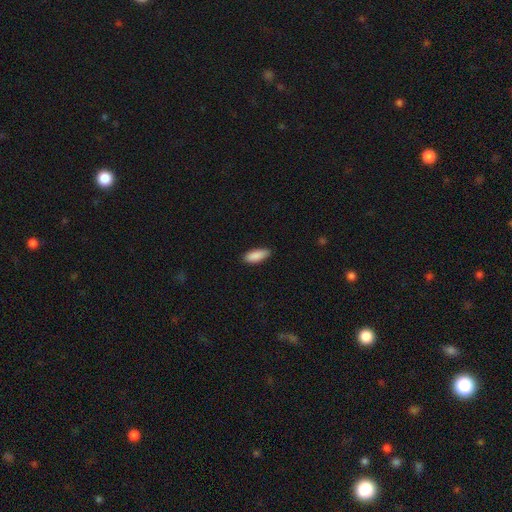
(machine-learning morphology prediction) Smooth or featured?
  - smooth: 90% *
  - star or artifact: 6%
  - featured or disk: 4%
How rounded?
  - in between: 76% *
  - cigar-shaped: 22%
  - round: 2%
Merging?
  - none: 86% *
  - minor disturbance: 11%
  - major disturbance: 2%
  - merger: 1%